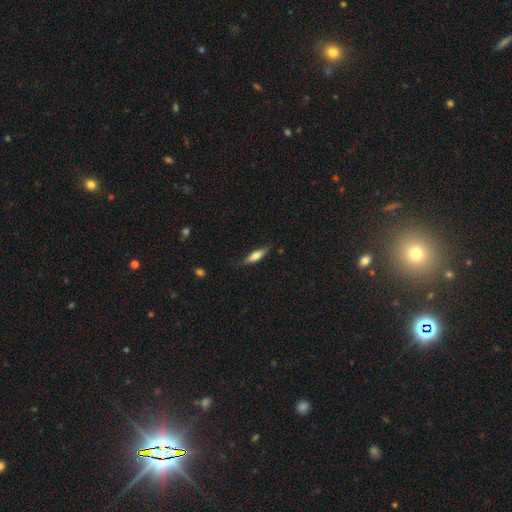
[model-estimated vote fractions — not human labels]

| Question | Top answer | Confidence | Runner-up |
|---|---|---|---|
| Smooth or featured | smooth | 62% | featured or disk (32%) |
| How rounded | cigar-shaped | 62% | in between (36%) |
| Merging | none | 77% | minor disturbance (18%) |